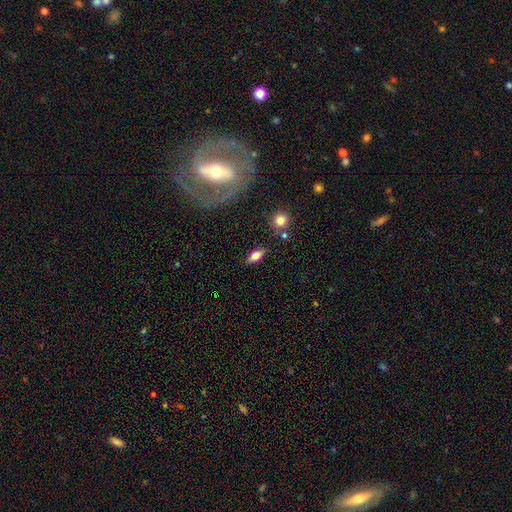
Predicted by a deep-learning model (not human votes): Q: Smooth or featured?
A: smooth (64%); runner-up: featured or disk (28%)
Q: How rounded?
A: in between (80%); runner-up: cigar-shaped (14%)
Q: Merging?
A: none (81%); runner-up: minor disturbance (12%)